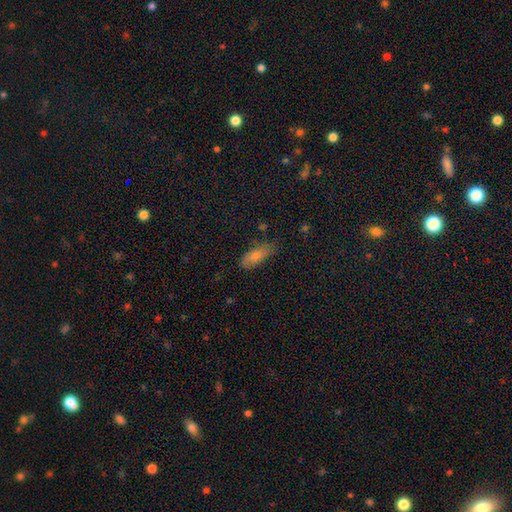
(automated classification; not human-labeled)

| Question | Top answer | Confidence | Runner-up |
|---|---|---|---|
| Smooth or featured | smooth | 79% | featured or disk (13%) |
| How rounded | in between | 75% | cigar-shaped (23%) |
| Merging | none | 68% | minor disturbance (24%) |